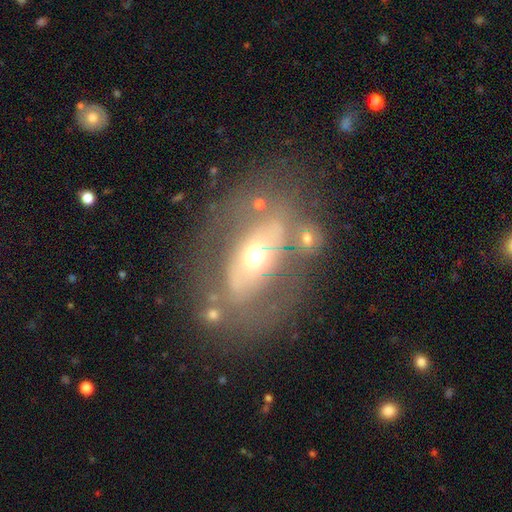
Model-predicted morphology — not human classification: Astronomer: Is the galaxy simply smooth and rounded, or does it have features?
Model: featured or disk — 58%.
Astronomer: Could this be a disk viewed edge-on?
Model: no — 87%.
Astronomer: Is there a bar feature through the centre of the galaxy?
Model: no — 58%.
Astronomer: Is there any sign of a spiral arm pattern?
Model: no — 69%.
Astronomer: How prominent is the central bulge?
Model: moderate — 68%.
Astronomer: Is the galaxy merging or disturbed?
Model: none — 59%.